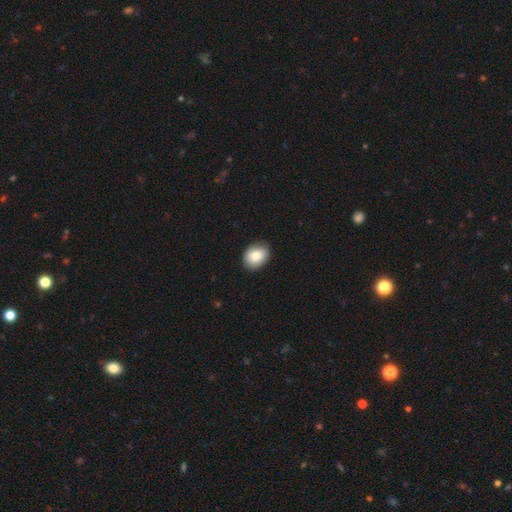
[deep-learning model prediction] A smooth galaxy with no disk features (82%) that is in between round and cigar-shaped (63%). Merging: none (87%).